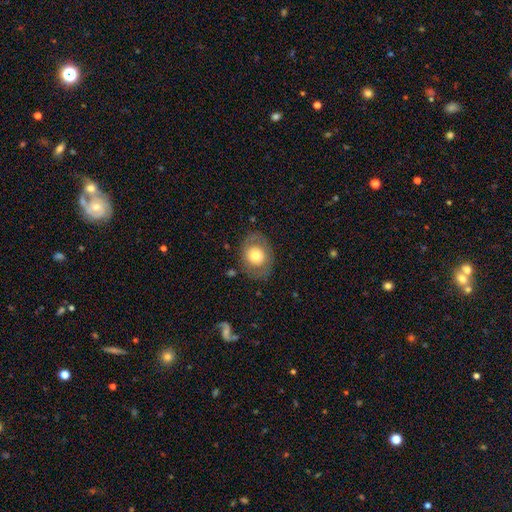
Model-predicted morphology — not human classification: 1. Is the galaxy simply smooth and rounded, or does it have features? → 62% smooth, 30% featured or disk, 8% star or artifact.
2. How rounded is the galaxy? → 51% in between, 48% round, 1% cigar-shaped.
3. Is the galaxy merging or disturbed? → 77% none, 14% minor disturbance, 7% major disturbance, 2% merger.